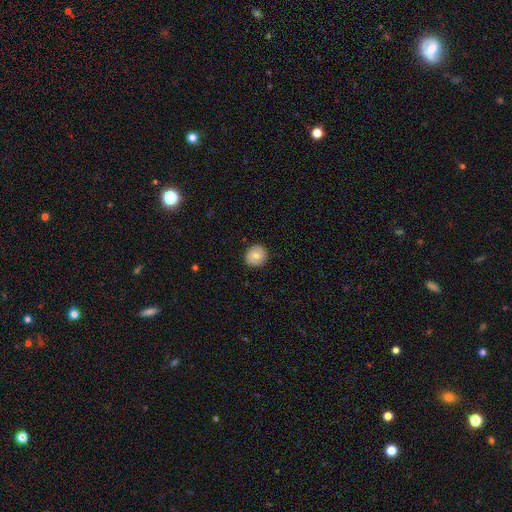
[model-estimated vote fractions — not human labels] Smooth or featured: smooth — 71% (featured or disk — 21%)
How rounded: round — 93% (in between — 6%)
Merging: none — 89% (minor disturbance — 8%)